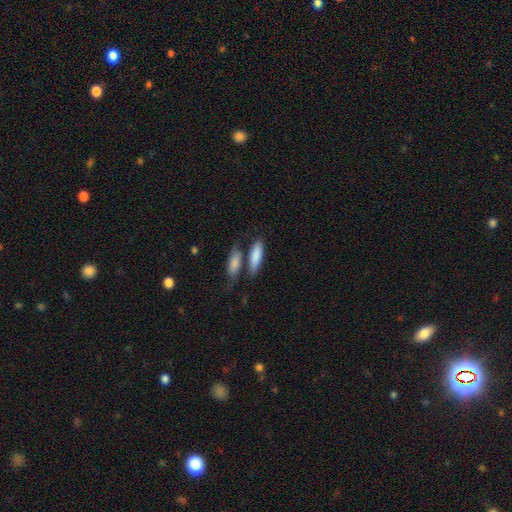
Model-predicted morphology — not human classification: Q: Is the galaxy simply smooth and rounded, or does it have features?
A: smooth — 83%.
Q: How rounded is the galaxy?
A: in between — 55%.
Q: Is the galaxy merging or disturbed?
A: none — 50%.